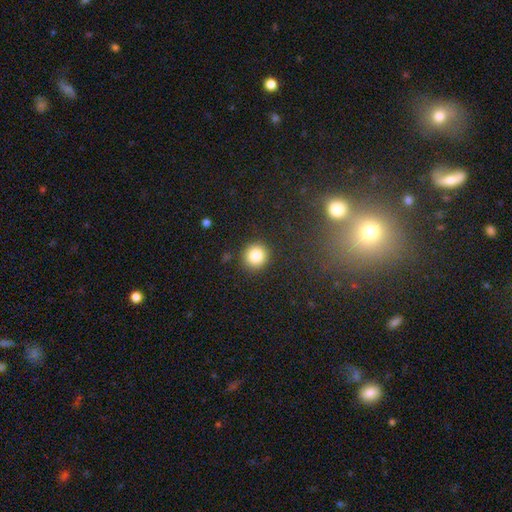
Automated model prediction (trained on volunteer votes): smooth 84%, star or artifact 11%, featured or disk 6%. Down the decision tree: how rounded — round (92%); merging — none (89%).